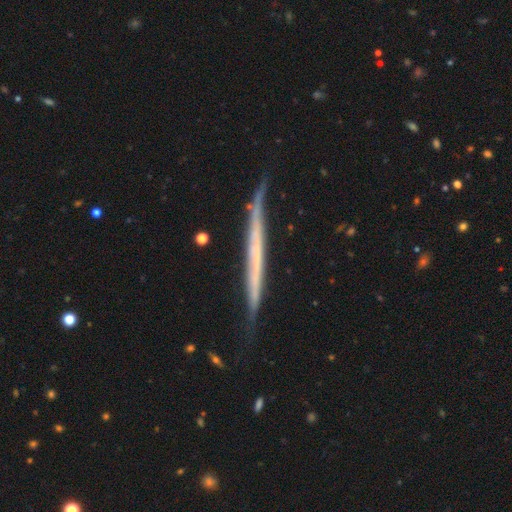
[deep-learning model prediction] Smooth or featured? featured or disk (64%)
Edge-on disk? yes (96%)
Edge-on bulge? none (90%)
Merging? none (77%)